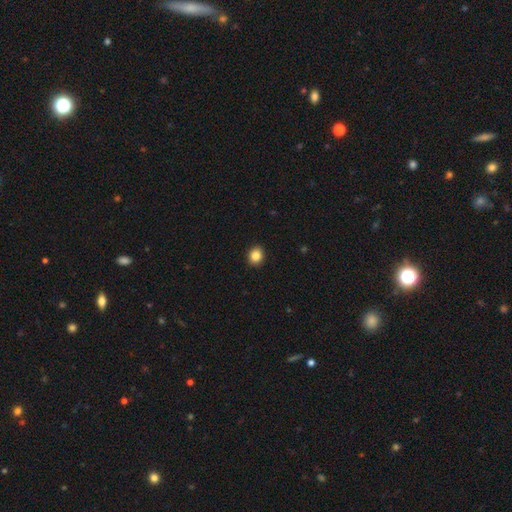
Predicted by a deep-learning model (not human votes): This is clearly a smooth galaxy (86%). How rounded: likely round (69%). Merging: clearly none (92%).